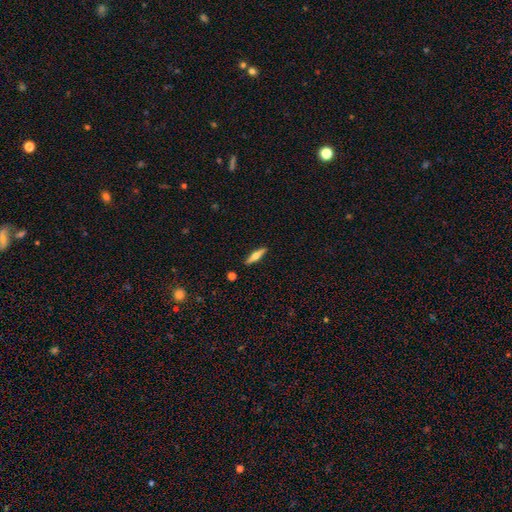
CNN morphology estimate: Overall: featured or disk (51%; smooth 43%). Edge-on disk: yes (94%). Merging: none (90%).